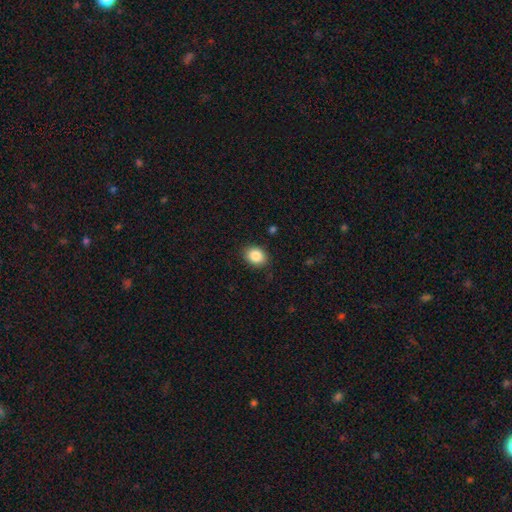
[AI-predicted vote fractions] smooth_or_featured: smooth (p=0.87) [alt: star or artifact p=0.09]
how_rounded: in between (p=0.53) [alt: round p=0.46]
merging: none (p=0.87) [alt: minor disturbance p=0.09]